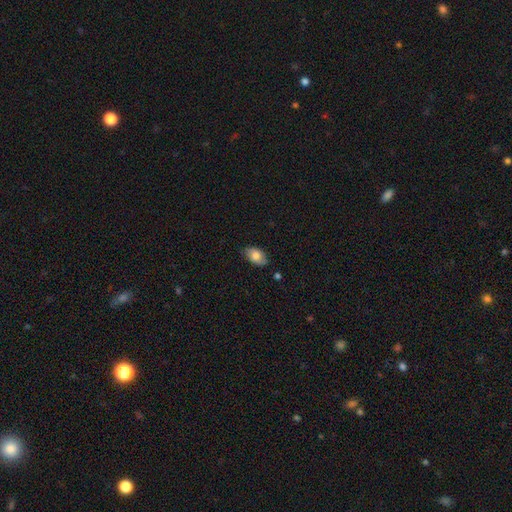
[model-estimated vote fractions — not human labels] Overall: smooth (74%). How rounded: in between (91%). Merging: none (78%).